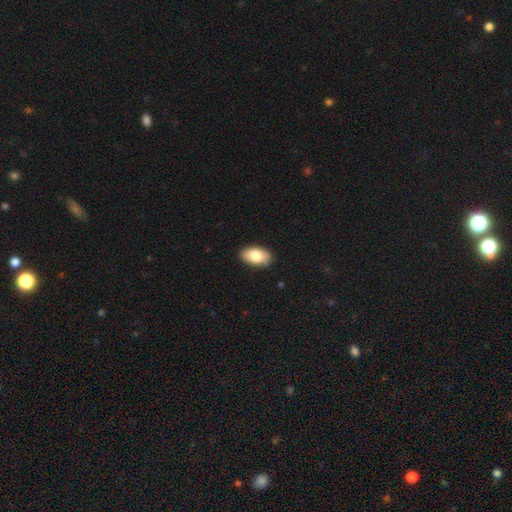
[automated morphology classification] This appears to be a smooth galaxy with no disk features (81%) that is in between round and cigar-shaped (93%). Merging: none (85%).